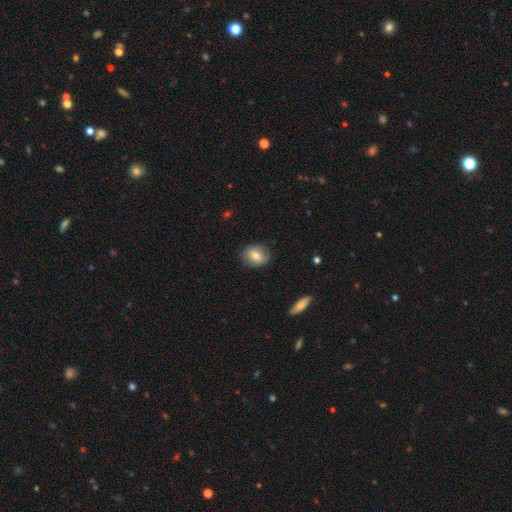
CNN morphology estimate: smooth 71%, featured or disk 21%, star or artifact 8%. Down the decision tree: how rounded — round (52%); merging — none (84%).